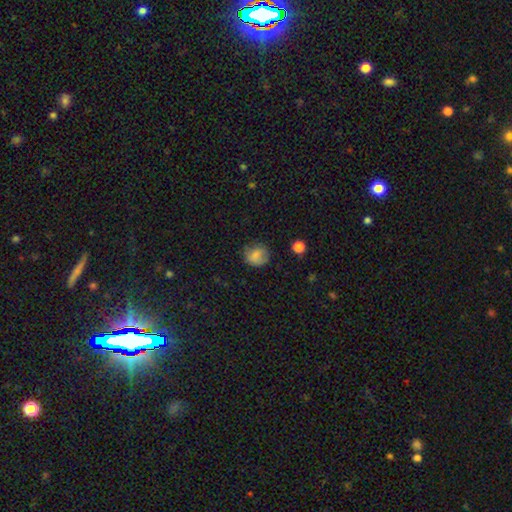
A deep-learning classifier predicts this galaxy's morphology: Smooth or featured? Predicted: smooth (p=0.79). How rounded? Predicted: round (p=0.79). Merging? Predicted: none (p=0.68).